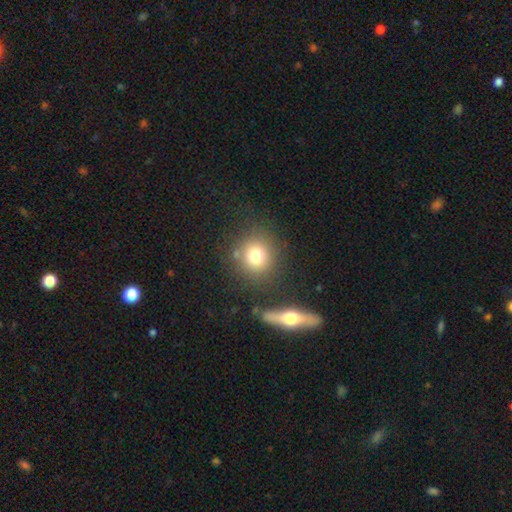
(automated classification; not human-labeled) The model was most divided on "smooth or featured": smooth: 75%, star or artifact: 13%, featured or disk: 12%. More confident: how rounded — round (86%); merging — none (76%).